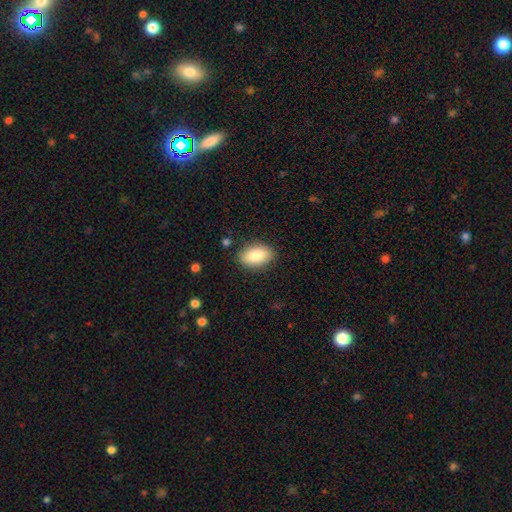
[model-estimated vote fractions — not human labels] smooth-or-featured: smooth: 84% | featured or disk: 10% | star or artifact: 7%
  how-rounded: in between: 91% | round: 7% | cigar-shaped: 2%
  merging: none: 85% | minor disturbance: 11% | major disturbance: 3% | merger: 2%